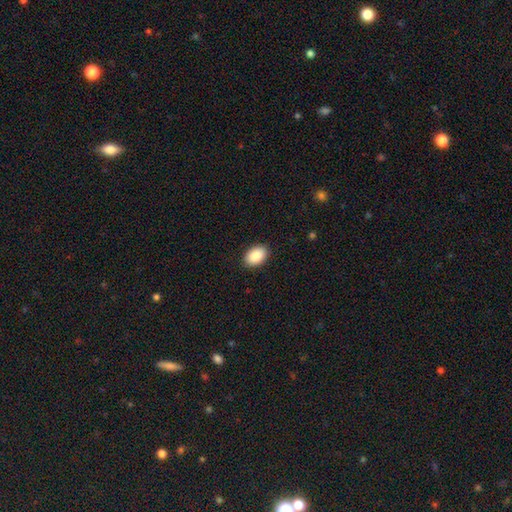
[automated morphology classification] Smooth or featured? smooth (90%)
How rounded? in between (91%)
Merging? none (89%)